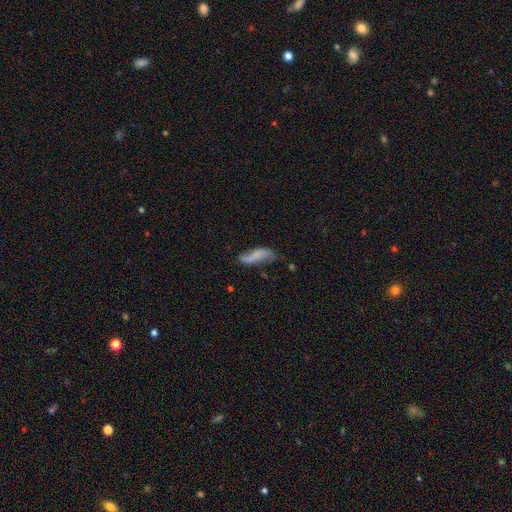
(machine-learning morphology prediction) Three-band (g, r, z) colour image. It shows a featured or disk galaxy (49%). Merging: none (51%).